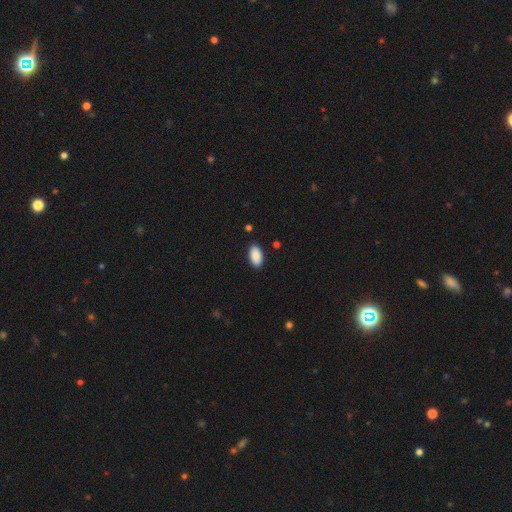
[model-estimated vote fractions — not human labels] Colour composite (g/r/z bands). It shows a smooth galaxy with no disk features (89%) that is in between round and cigar-shaped (95%). Merging: none (88%).